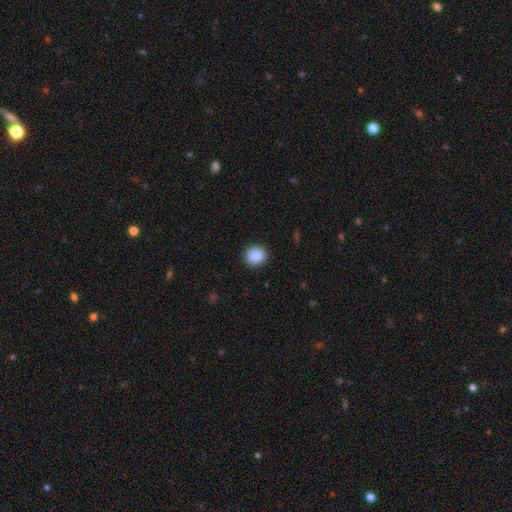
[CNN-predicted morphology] This appears to be a smooth galaxy with no disk features (88%) that is round (81%). Merging: none (88%).